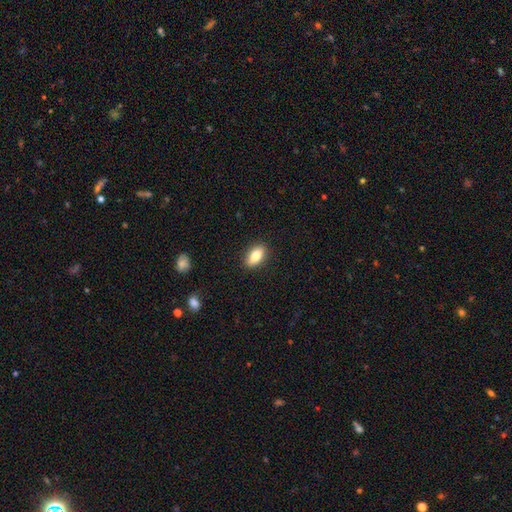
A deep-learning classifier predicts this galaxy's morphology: This is likely a smooth galaxy (80%). How rounded: clearly in between (86%). Merging: clearly none (88%).